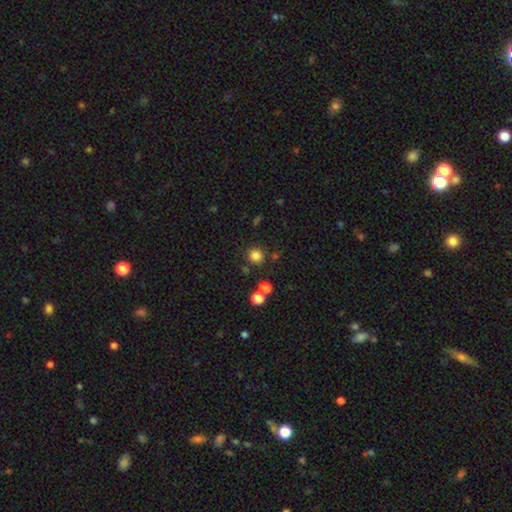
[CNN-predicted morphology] Smooth or featured? Predicted: smooth (p=0.81). How rounded? Predicted: round (p=0.90). Merging? Predicted: none (p=0.83).